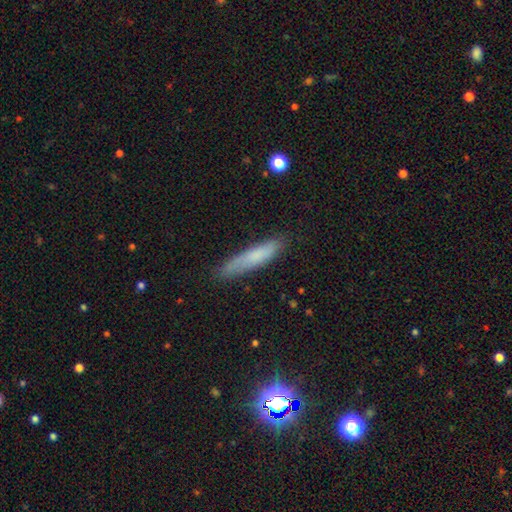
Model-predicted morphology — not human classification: A smooth galaxy with no disk features (73%) that is cigar-shaped (87%). Merging: none (78%).